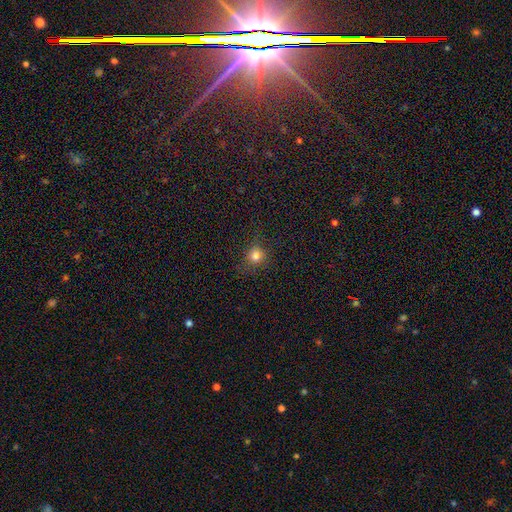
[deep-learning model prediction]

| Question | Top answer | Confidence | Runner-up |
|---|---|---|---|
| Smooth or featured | smooth | 78% | star or artifact (16%) |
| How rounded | round | 84% | in between (15%) |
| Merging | none | 79% | minor disturbance (14%) |